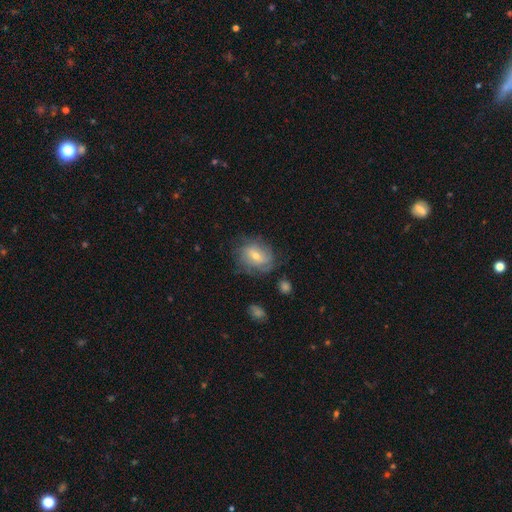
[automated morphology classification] Smooth or featured? featured or disk (53%)
Edge-on disk? no (95%)
Bar? no (50%)
Spiral arms? yes (71%)
Bulge size? small (50%)
Merging? none (66%)